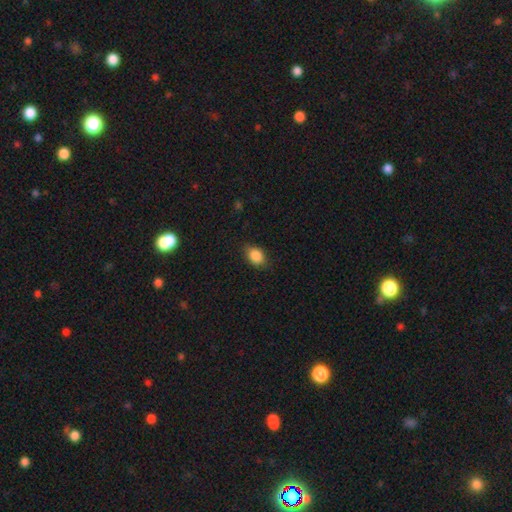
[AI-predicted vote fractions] smooth-or-featured: smooth: 86% | star or artifact: 9% | featured or disk: 5%
  how-rounded: in between: 71% | round: 27% | cigar-shaped: 1%
  merging: none: 83% | minor disturbance: 13% | major disturbance: 3% | merger: 1%